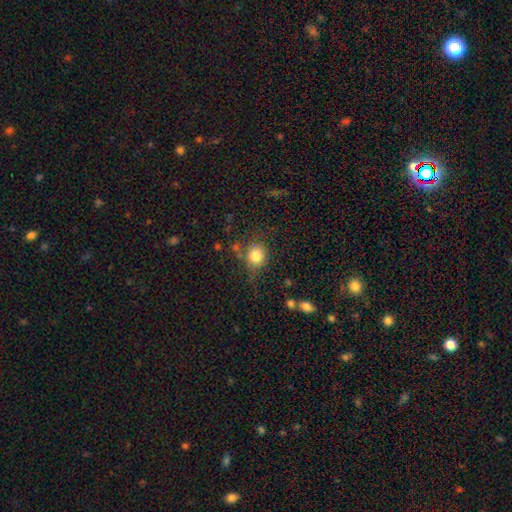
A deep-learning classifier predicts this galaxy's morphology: smooth_or_featured: smooth (p=0.81) [alt: star or artifact p=0.11]
how_rounded: round (p=0.82) [alt: in between p=0.17]
merging: none (p=0.69) [alt: minor disturbance p=0.18]